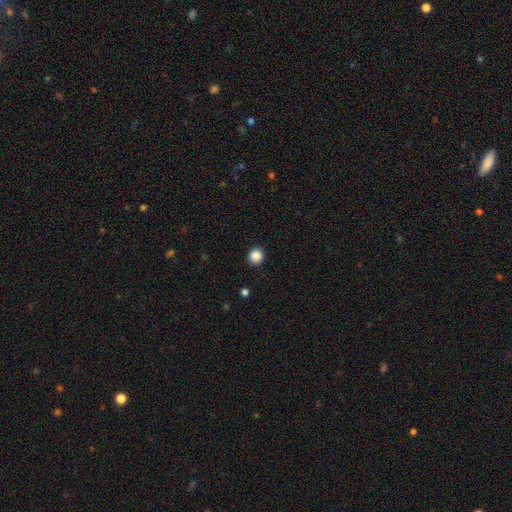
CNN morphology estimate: The model was most divided on "smooth or featured": smooth: 87%, star or artifact: 10%, featured or disk: 3%. More confident: merging — none (92%); how rounded — round (92%).